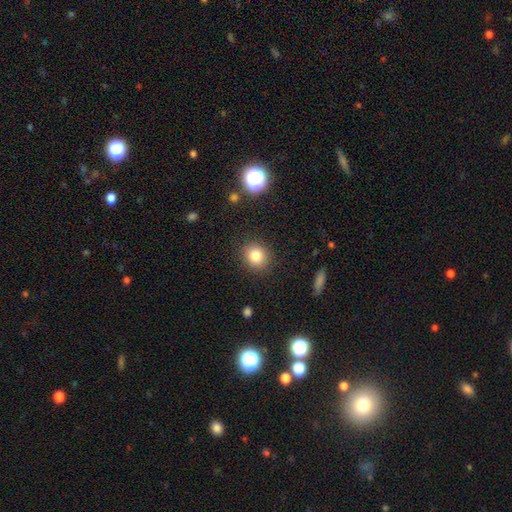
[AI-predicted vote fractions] A smooth galaxy with no disk features (82%) that is round (78%). Merging: none (89%).